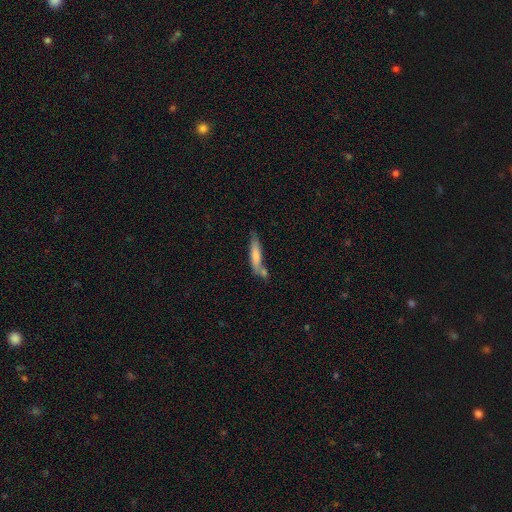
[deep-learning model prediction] smooth-or-featured: smooth: 71% | featured or disk: 23% | star or artifact: 6%
  how-rounded: cigar-shaped: 82% | in between: 16% | round: 2%
  merging: none: 54% | merger: 23% | minor disturbance: 18% | major disturbance: 5%